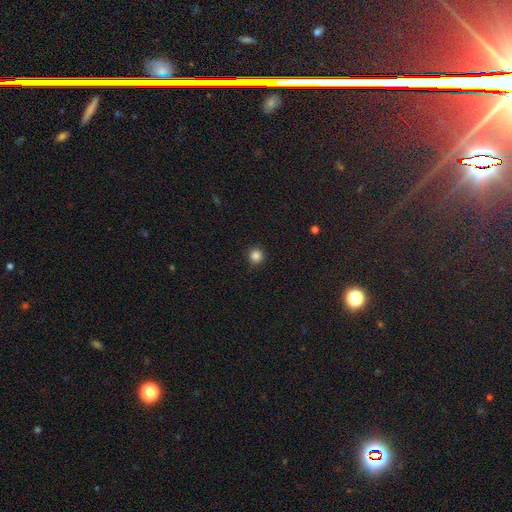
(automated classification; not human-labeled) Overall: smooth (85%). How rounded: round (95%). Merging: none (90%).